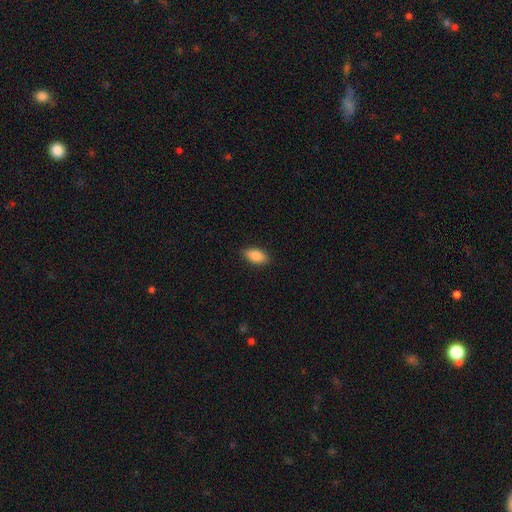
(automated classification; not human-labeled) Smooth or featured: smooth — 88% (star or artifact — 7%)
How rounded: in between — 90% (cigar-shaped — 7%)
Merging: none — 87% (minor disturbance — 10%)